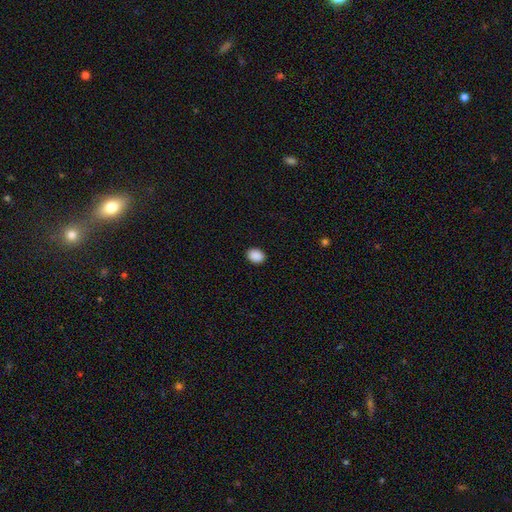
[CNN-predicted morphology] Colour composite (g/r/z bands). It shows a smooth galaxy with no disk features (90%) that is in between round and cigar-shaped (58%). Merging: none (91%).